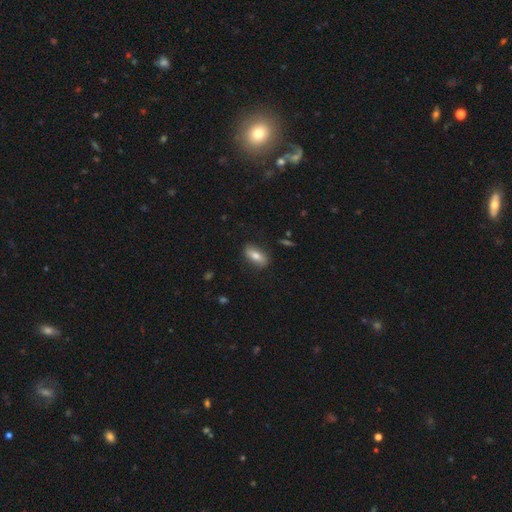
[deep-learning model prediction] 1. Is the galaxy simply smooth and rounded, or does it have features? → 70% smooth, 23% featured or disk, 7% star or artifact.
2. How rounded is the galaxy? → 78% in between, 17% cigar-shaped, 5% round.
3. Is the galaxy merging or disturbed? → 83% none, 13% minor disturbance, 3% major disturbance, 1% merger.